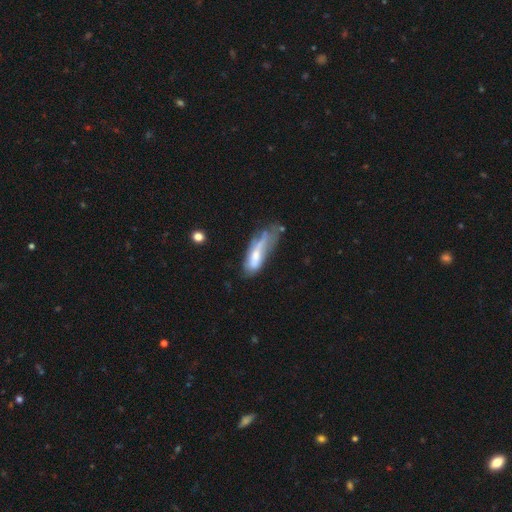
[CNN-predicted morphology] This appears to be a smooth galaxy with no disk features (50%) that is cigar-shaped (50%). Merging: major disturbance (32%).